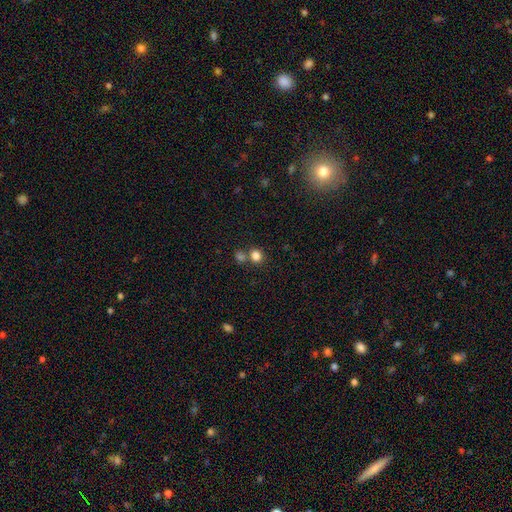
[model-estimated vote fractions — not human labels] Overall: smooth (82%). How rounded: round (84%). Merging: none (60%; merger 30%).